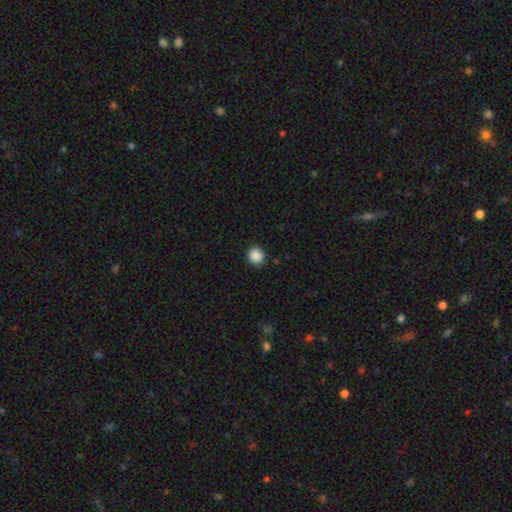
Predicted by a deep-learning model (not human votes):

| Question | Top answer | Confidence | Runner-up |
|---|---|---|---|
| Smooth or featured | smooth | 88% | star or artifact (10%) |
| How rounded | round | 88% | in between (11%) |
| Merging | none | 91% | minor disturbance (6%) |